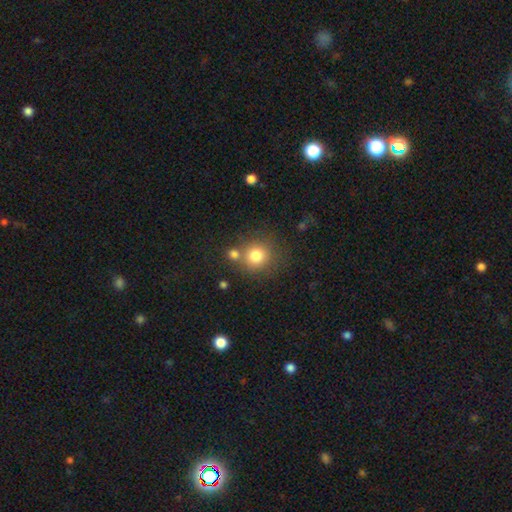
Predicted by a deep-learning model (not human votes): A smooth galaxy with no disk features (79%) that is round (89%). Merging: none (65%).